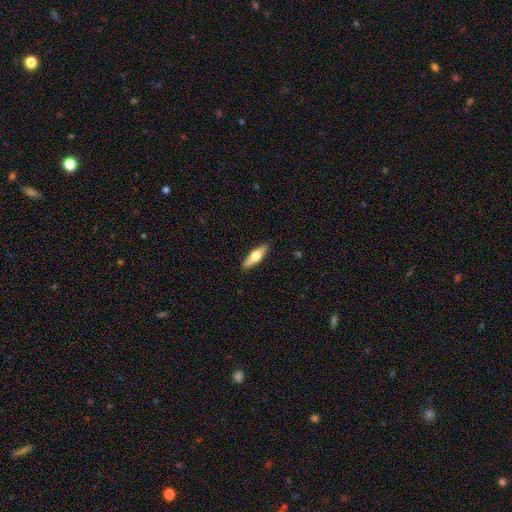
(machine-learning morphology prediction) A smooth galaxy with no disk features (48%). Merging: none (90%).